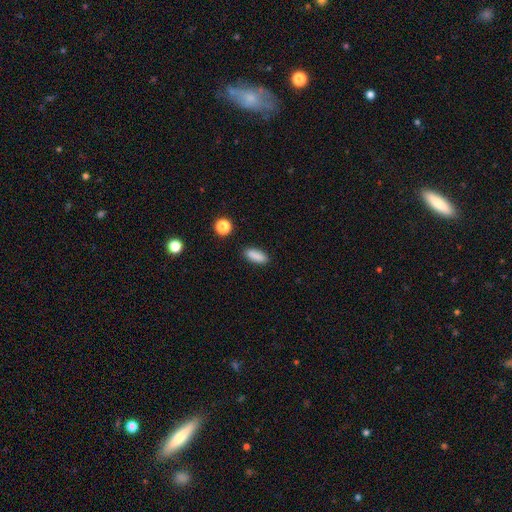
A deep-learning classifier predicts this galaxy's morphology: Smooth or featured? Predicted: smooth (p=0.87). How rounded? Predicted: in between (p=0.67). Merging? Predicted: none (p=0.87).